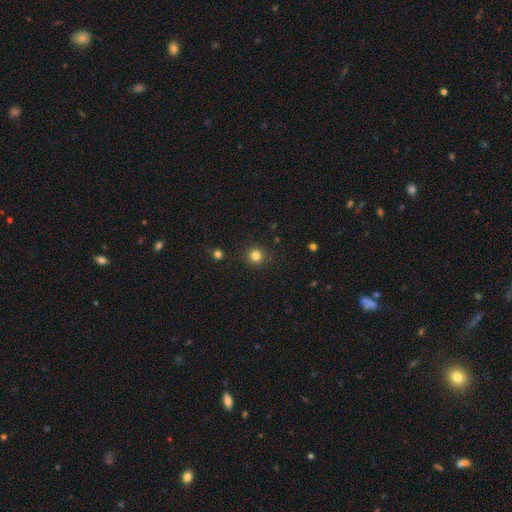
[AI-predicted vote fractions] A smooth galaxy with no disk features (81%) that is round (94%). Merging: none (91%).